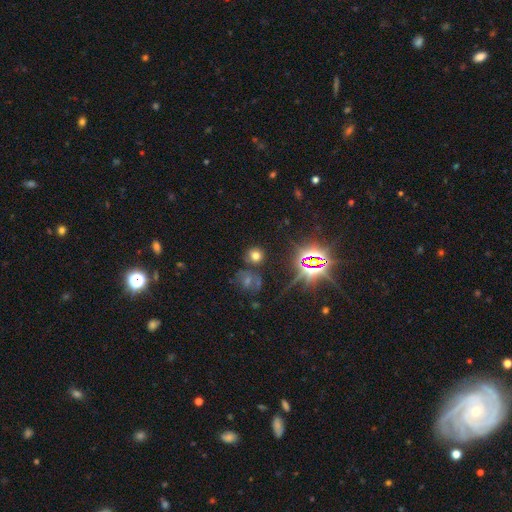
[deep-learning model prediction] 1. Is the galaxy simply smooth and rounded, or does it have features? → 58% smooth, 32% star or artifact, 10% featured or disk.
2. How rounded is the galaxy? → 82% round, 16% in between, 2% cigar-shaped.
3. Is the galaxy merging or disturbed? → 75% none, 11% minor disturbance, 8% merger, 6% major disturbance.